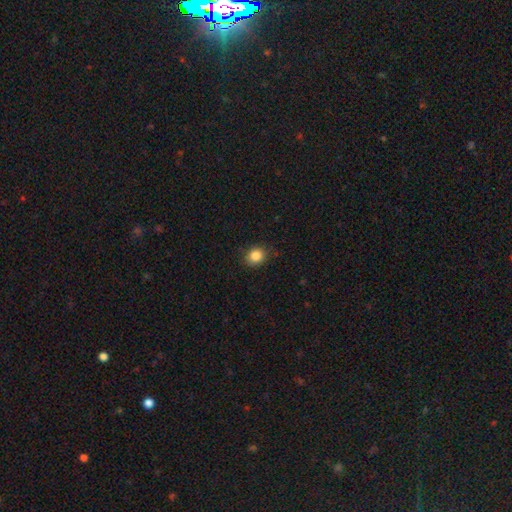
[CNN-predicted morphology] This is clearly a smooth galaxy (85%). How rounded: likely round (72%). Merging: clearly none (84%).